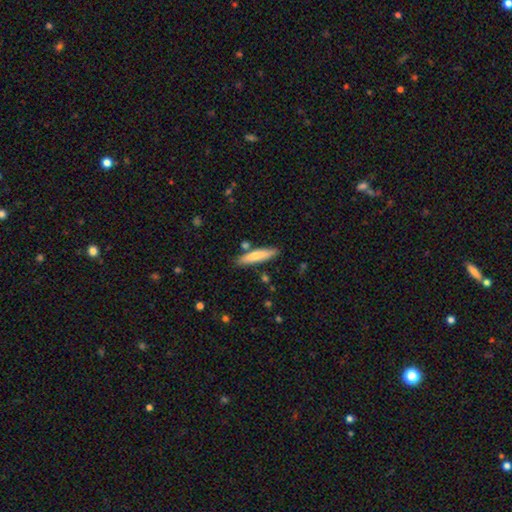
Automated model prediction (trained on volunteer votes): This is likely a smooth galaxy (70%). How rounded: clearly cigar-shaped (82%). Merging: clearly none (82%).